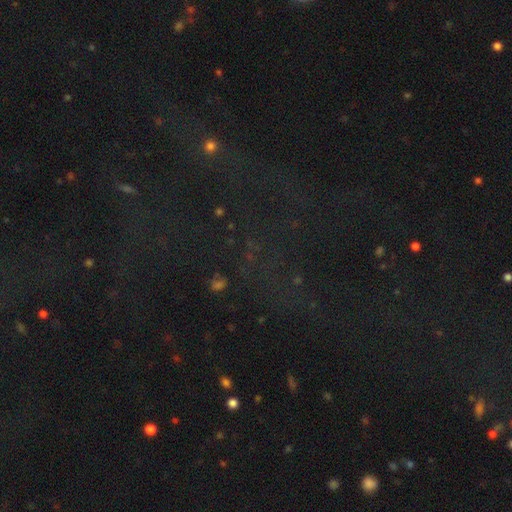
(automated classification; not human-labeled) Smooth or featured? Predicted: star or artifact (p=0.71).